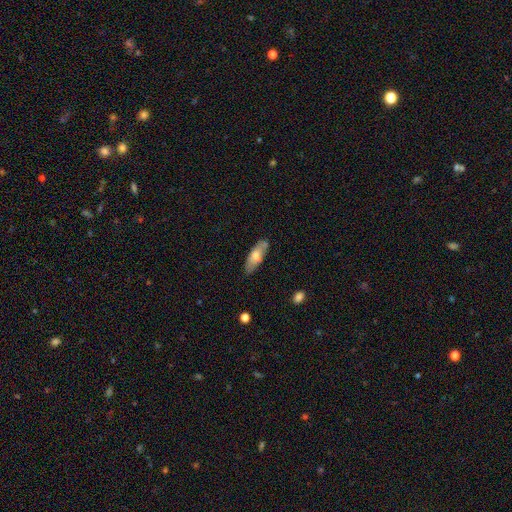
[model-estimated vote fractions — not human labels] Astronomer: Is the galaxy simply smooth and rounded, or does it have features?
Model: smooth — 65%.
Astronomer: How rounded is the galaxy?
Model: in between — 64%.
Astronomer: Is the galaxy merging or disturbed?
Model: none — 76%.